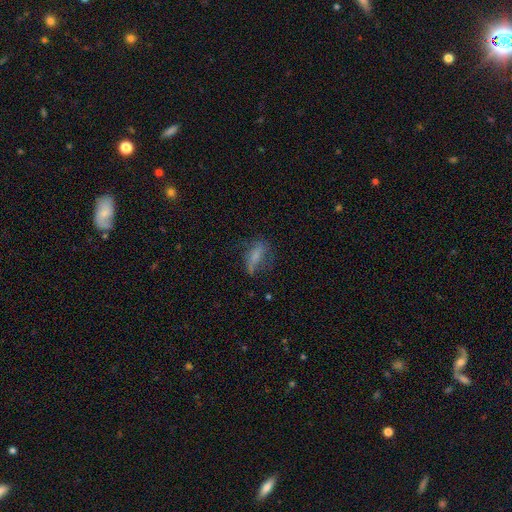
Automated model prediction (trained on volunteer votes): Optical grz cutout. It shows a smooth galaxy with no disk features (55%) that is in between round and cigar-shaped (57%). Merging: none (46%).